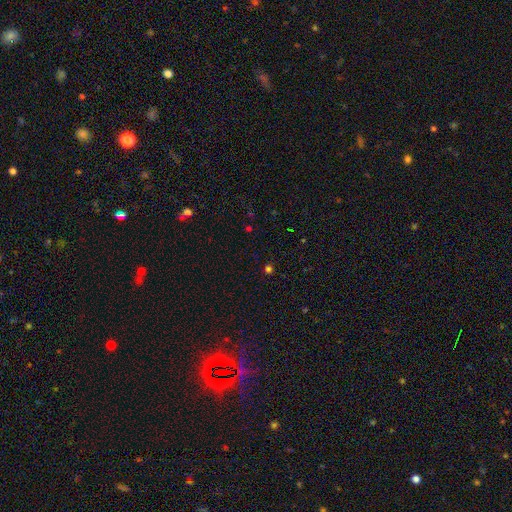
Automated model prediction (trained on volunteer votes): Morphology: type=smooth (49%); merging=none (85%).